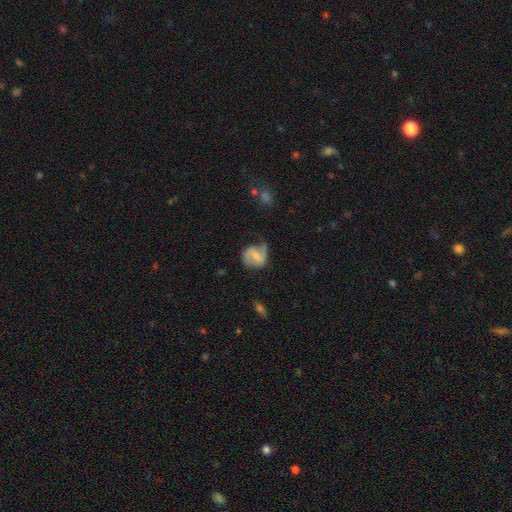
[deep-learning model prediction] Q: Smooth or featured?
A: featured or disk (63%); runner-up: smooth (30%)
Q: Edge-on disk?
A: no (97%); runner-up: yes (3%)
Q: Bar?
A: weak (49%); runner-up: no (26%)
Q: Spiral arms?
A: yes (86%); runner-up: no (14%)
Q: Spiral winding?
A: medium (43%); runner-up: loose (38%)
Q: Spiral arm count?
A: 2 (71%); runner-up: 1 (19%)
Q: Bulge size?
A: small (45%); runner-up: moderate (37%)
Q: Merging?
A: none (51%); runner-up: minor disturbance (30%)